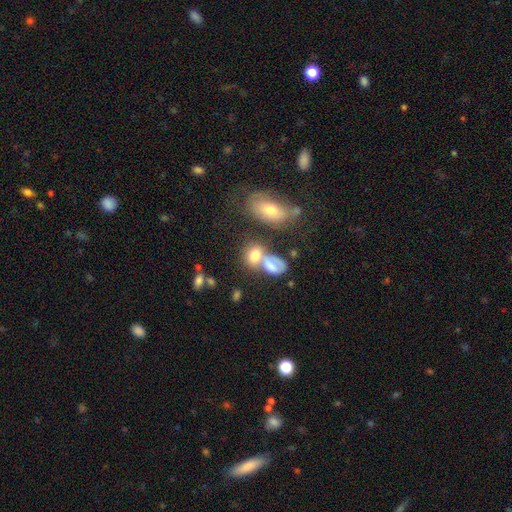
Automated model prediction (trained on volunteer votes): Smooth or featured?
  - smooth: 69% *
  - featured or disk: 17%
  - star or artifact: 13%
How rounded?
  - in between: 69% *
  - round: 28%
  - cigar-shaped: 3%
Merging?
  - merger: 50% *
  - none: 29%
  - minor disturbance: 12%
  - major disturbance: 9%